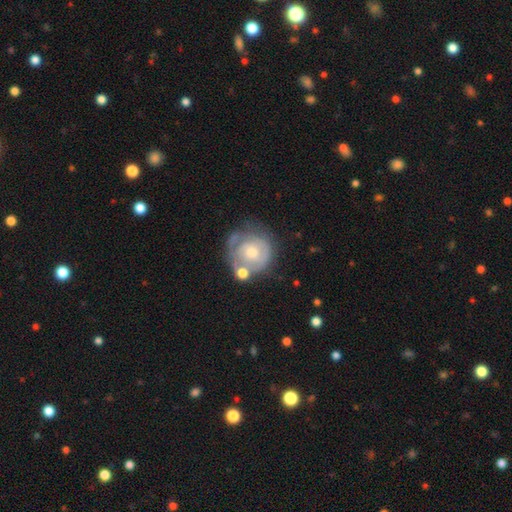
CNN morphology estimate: This is likely a featured or disk galaxy (63%). It is clearly not viewed edge-on (97%). Bar: likely no (78%). Spiral arm pattern: likely yes (69%). Central bulge: possibly moderate (55%). Merging: possibly none (47%).